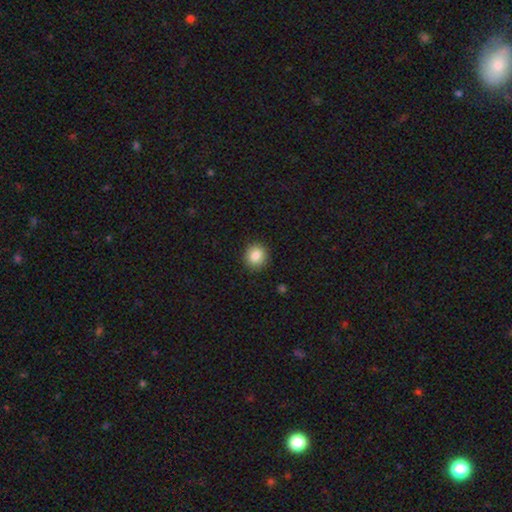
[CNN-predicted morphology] Smooth or featured? Predicted: smooth (p=0.86). How rounded? Predicted: round (p=0.82). Merging? Predicted: none (p=0.90).